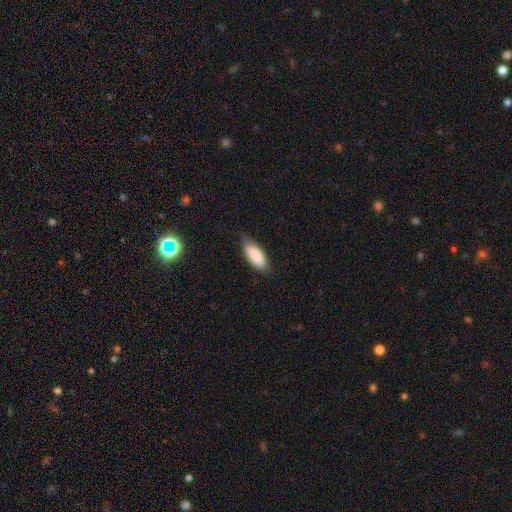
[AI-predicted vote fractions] This is clearly a smooth galaxy (87%). How rounded: clearly in between (82%). Merging: likely none (73%).